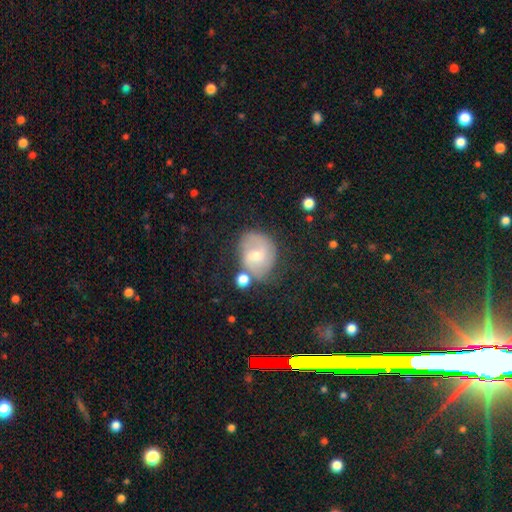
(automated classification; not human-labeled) smooth_or_featured: featured or disk (p=0.57) [alt: smooth p=0.33]
disk_edge_on: no (p=0.96) [alt: yes p=0.04]
bar: no (p=0.46) [alt: weak p=0.44]
has_spiral_arms: yes (p=0.82) [alt: no p=0.18]
bulge_size: moderate (p=0.50) [alt: small p=0.45]
merging: none (p=0.61) [alt: minor disturbance p=0.21]